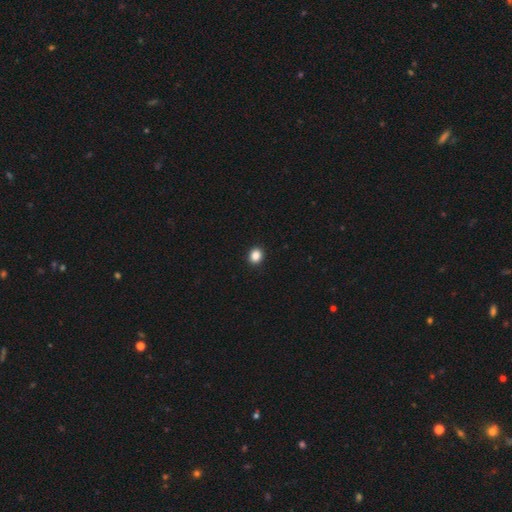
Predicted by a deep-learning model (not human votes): This is clearly a smooth galaxy (87%). How rounded: likely round (73%). Merging: clearly none (93%).